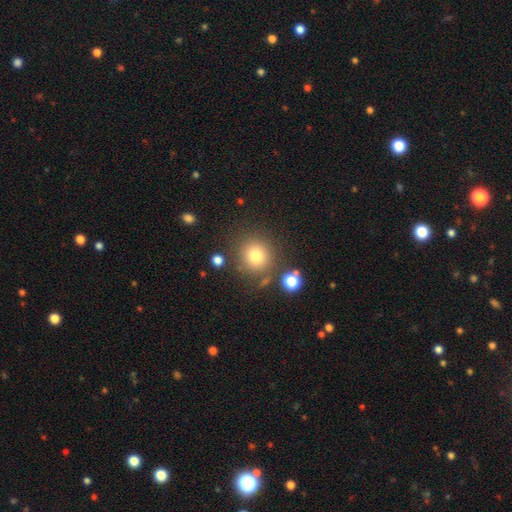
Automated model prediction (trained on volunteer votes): The model was most divided on "smooth or featured": smooth: 78%, star or artifact: 13%, featured or disk: 9%. More confident: how rounded — round (92%); merging — none (79%).